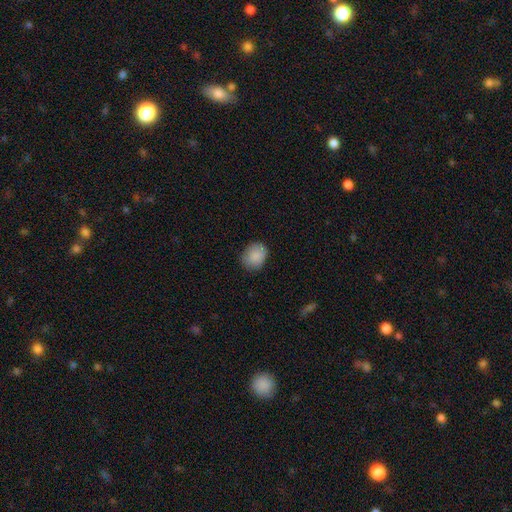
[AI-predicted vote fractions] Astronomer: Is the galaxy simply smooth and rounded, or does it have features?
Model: smooth — 87%.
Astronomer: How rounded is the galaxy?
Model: round — 54% (runner-up: in between, 45%).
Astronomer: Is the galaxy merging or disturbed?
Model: none — 80%.